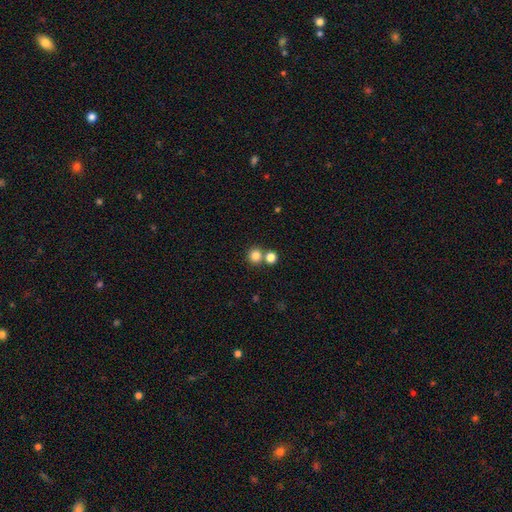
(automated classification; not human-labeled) Q: Smooth or featured?
A: smooth (81%); runner-up: star or artifact (12%)
Q: How rounded?
A: round (91%); runner-up: in between (8%)
Q: Merging?
A: none (64%); runner-up: merger (27%)